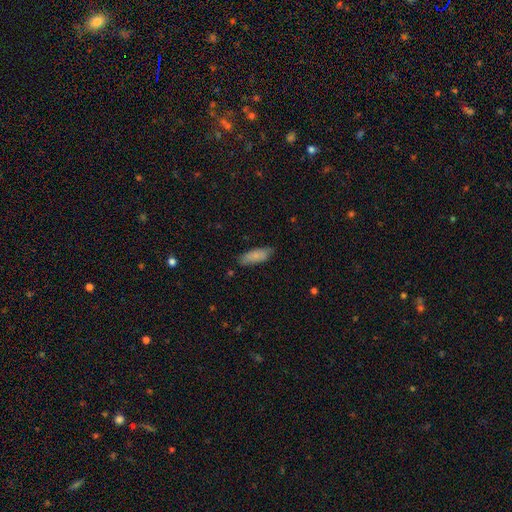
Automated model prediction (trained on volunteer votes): Smooth or featured: smooth — 79% (featured or disk — 14%)
How rounded: in between — 67% (cigar-shaped — 31%)
Merging: none — 74% (minor disturbance — 21%)